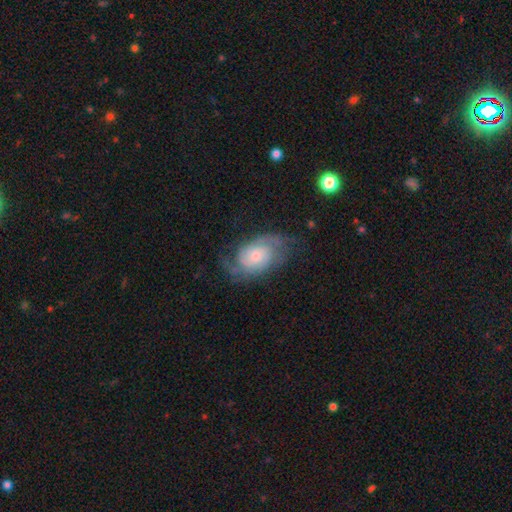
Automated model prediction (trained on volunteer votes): This is likely a featured or disk galaxy (77%). It is clearly not viewed edge-on (97%). Bar: likely no (71%). Spiral arm pattern: clearly yes (94%). Spiral arm count: likely 2 (70%). Spiral winding: marginally medium (43%). Central bulge: marginally small (41%). Merging: likely none (65%).